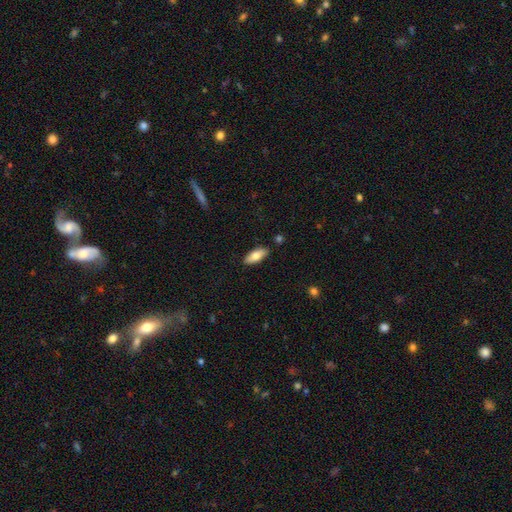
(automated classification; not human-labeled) smooth-or-featured: smooth: 77% | featured or disk: 17% | star or artifact: 6%
  how-rounded: in between: 80% | cigar-shaped: 18% | round: 2%
  merging: none: 87% | minor disturbance: 9% | major disturbance: 2% | merger: 2%